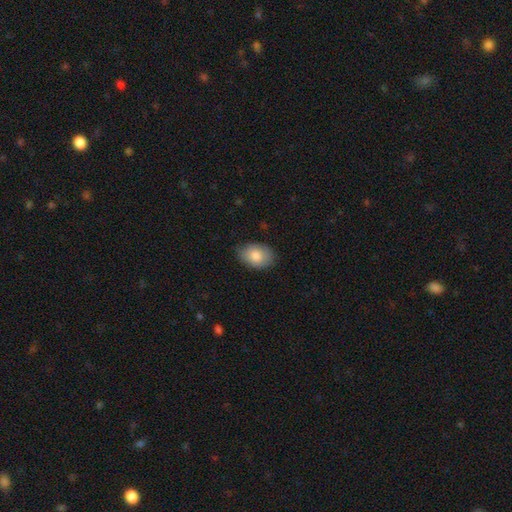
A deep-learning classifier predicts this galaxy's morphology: Smooth or featured? Predicted: smooth (p=0.84). How rounded? Predicted: in between (p=0.80). Merging? Predicted: none (p=0.78).